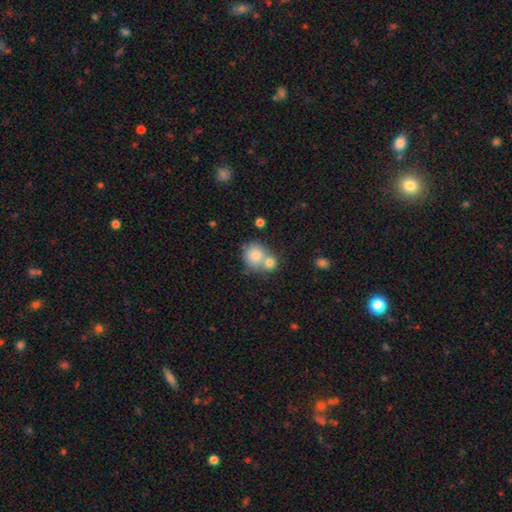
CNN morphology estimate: smooth_or_featured: smooth (p=0.80) [alt: featured or disk p=0.11]
how_rounded: round (p=0.81) [alt: in between p=0.19]
merging: merger (p=0.50) [alt: none p=0.37]